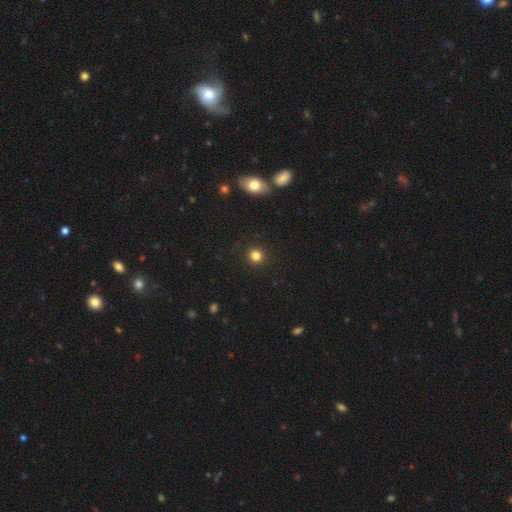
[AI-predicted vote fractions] The model was most divided on "smooth or featured": smooth: 82%, star or artifact: 13%, featured or disk: 5%. More confident: how rounded — round (93%); merging — none (92%).